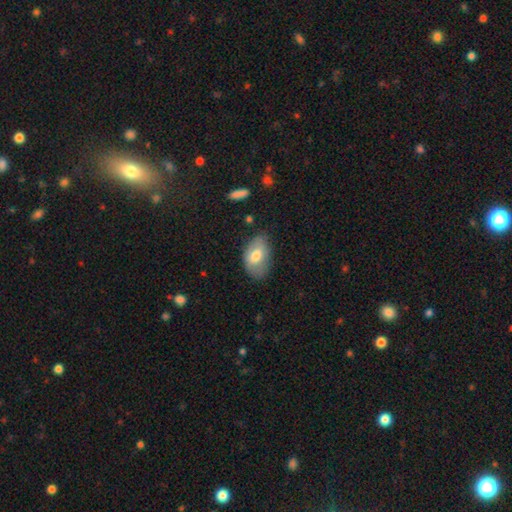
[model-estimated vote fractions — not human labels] Smooth or featured: smooth — 68% (featured or disk — 25%)
How rounded: in between — 92% (round — 6%)
Merging: none — 61% (minor disturbance — 28%)